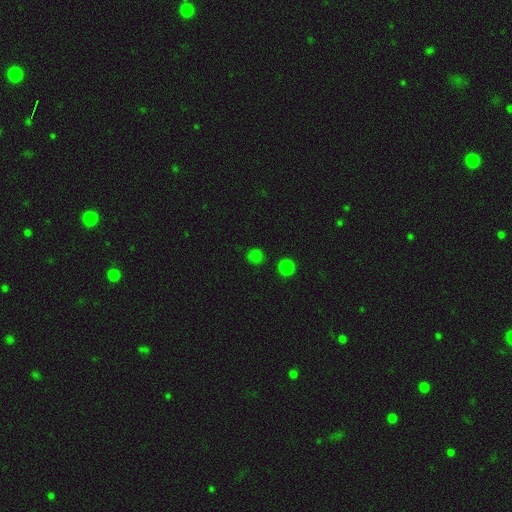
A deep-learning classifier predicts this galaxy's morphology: Q: Smooth or featured?
A: smooth (73%); runner-up: star or artifact (23%)
Q: How rounded?
A: round (89%); runner-up: in between (10%)
Q: Merging?
A: none (84%); runner-up: minor disturbance (10%)